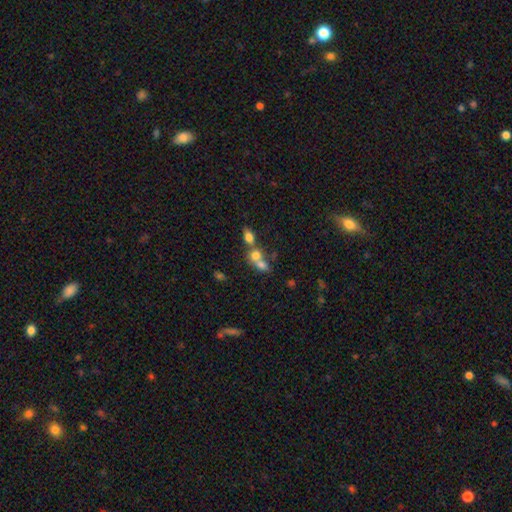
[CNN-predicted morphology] Q: Smooth or featured?
A: smooth (69%); runner-up: featured or disk (17%)
Q: How rounded?
A: round (50%); runner-up: in between (47%)
Q: Merging?
A: merger (64%); runner-up: none (25%)